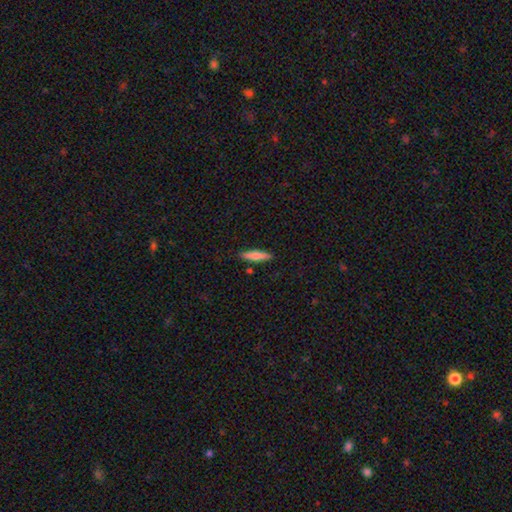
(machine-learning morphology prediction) smooth-or-featured: smooth: 73% | featured or disk: 21% | star or artifact: 6%
  how-rounded: cigar-shaped: 84% | in between: 15% | round: 2%
  merging: none: 88% | minor disturbance: 8% | merger: 2% | major disturbance: 2%